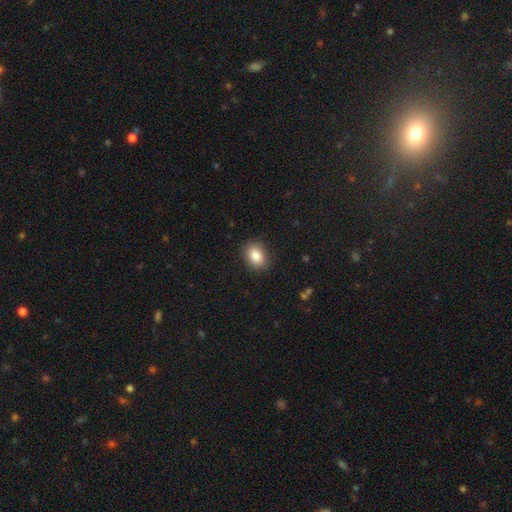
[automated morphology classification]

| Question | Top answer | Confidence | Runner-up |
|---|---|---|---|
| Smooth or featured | smooth | 85% | star or artifact (8%) |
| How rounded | in between | 66% | round (32%) |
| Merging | none | 88% | minor disturbance (9%) |